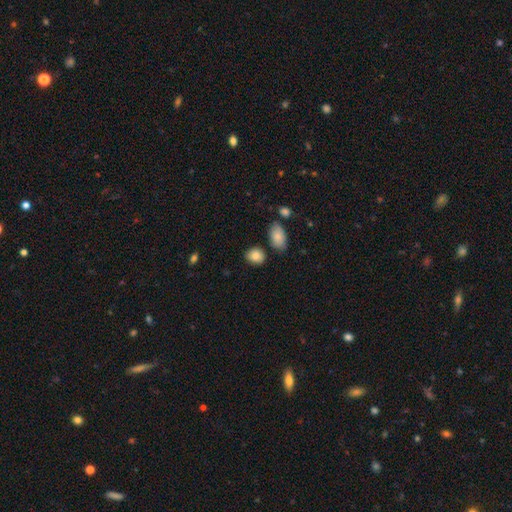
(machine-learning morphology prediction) This is clearly a smooth galaxy (86%). How rounded: likely in between (62%). Merging: likely none (78%).